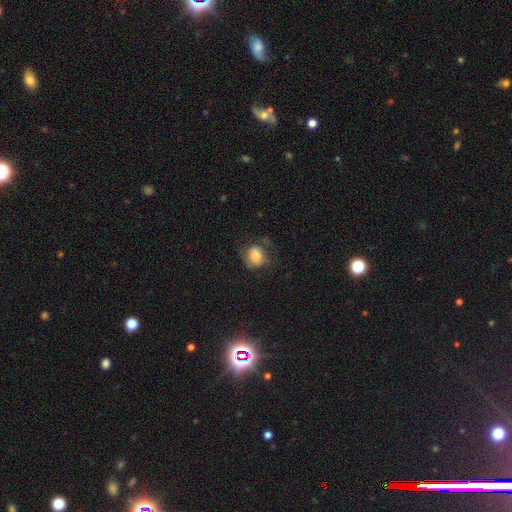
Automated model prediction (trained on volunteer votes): This appears to be a smooth galaxy with no disk features (77%) that is round (61%). Merging: none (51%).